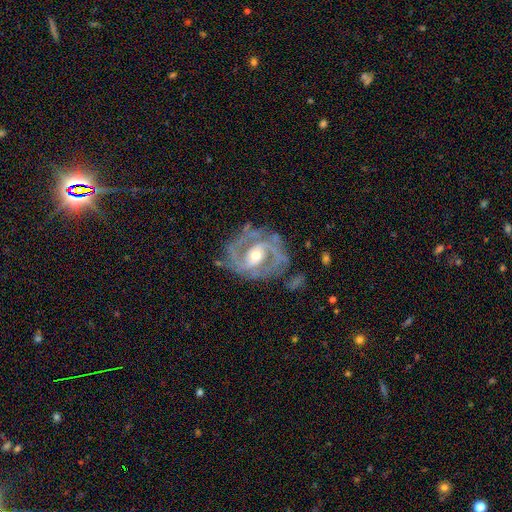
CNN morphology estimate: Overall: featured or disk (91%). Edge-on disk: no (97%). Bar: weak (38%, tied with no). Spiral arms: yes (96%). Spiral arm count: 2 (70%). Spiral winding: medium (47%; tight 42%). Bulge size: moderate (65%; small 28%). Merging: none (69%).